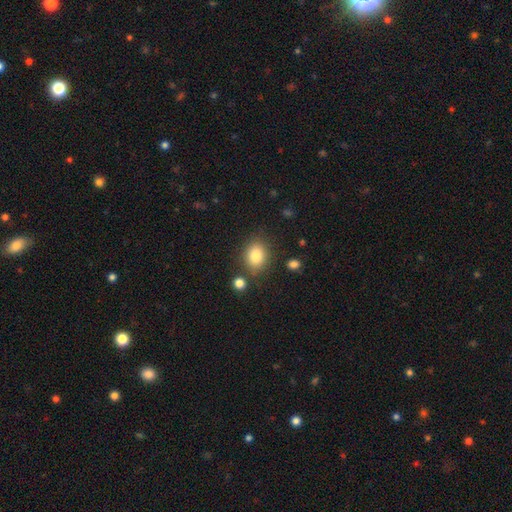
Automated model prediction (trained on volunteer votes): Smooth or featured? smooth (83%)
How rounded? in between (56%)
Merging? none (78%)